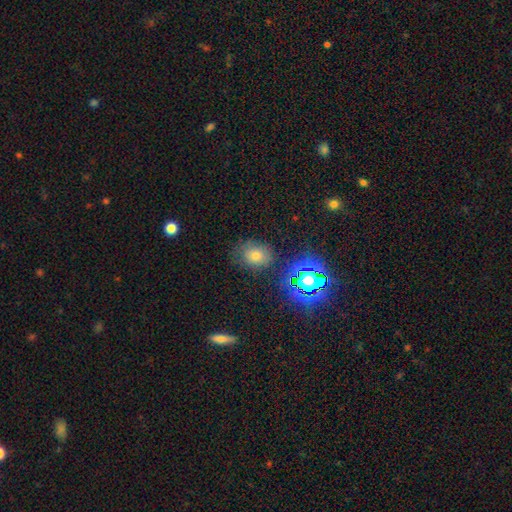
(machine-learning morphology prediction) Smooth or featured? smooth (57%)
How rounded? in between (52%)
Merging? none (75%)